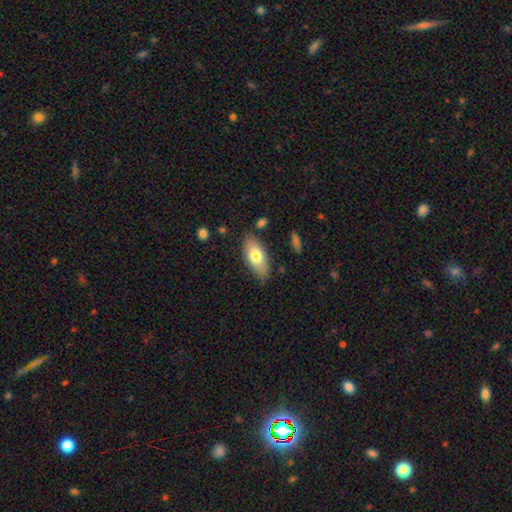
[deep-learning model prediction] smooth_or_featured: smooth (p=0.72) [alt: featured or disk p=0.22]
how_rounded: in between (p=0.87) [alt: cigar-shaped p=0.10]
merging: none (p=0.79) [alt: minor disturbance p=0.16]